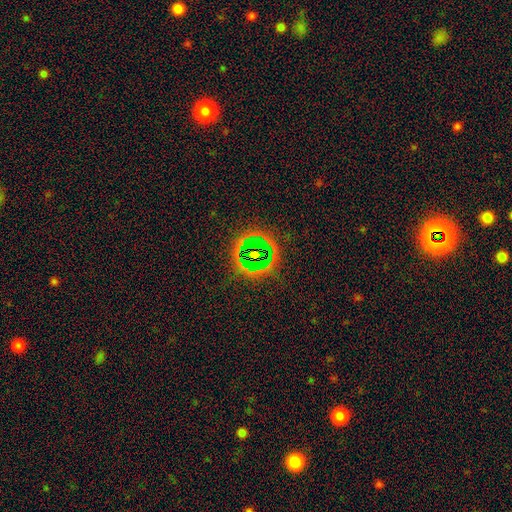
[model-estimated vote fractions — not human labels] The model was most divided on "smooth or featured": star or artifact: 67%, smooth: 18%, featured or disk: 14%.